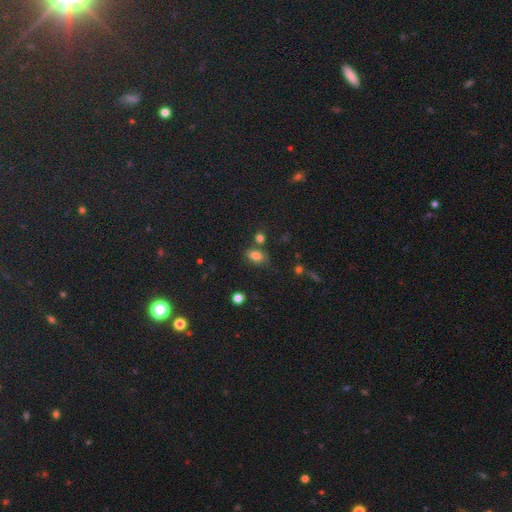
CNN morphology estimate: This appears to be a smooth galaxy with no disk features (79%) that is in between round and cigar-shaped (81%). Merging: none (63%).